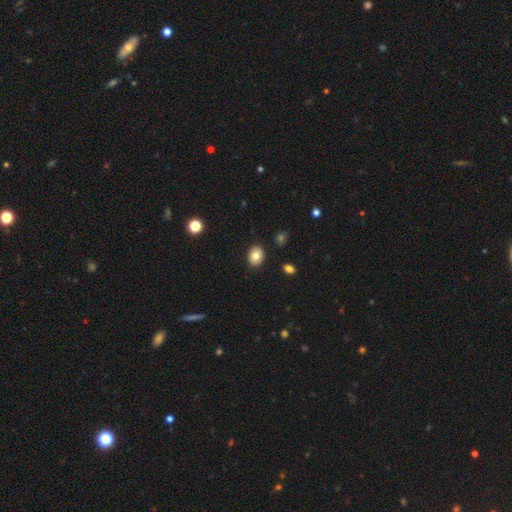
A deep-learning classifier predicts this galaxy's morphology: smooth_or_featured: smooth (p=0.81) [alt: featured or disk p=0.10]
how_rounded: in between (p=0.60) [alt: round p=0.39]
merging: none (p=0.89) [alt: minor disturbance p=0.07]